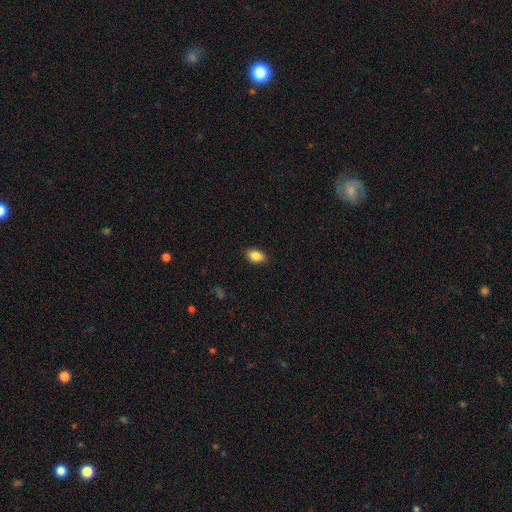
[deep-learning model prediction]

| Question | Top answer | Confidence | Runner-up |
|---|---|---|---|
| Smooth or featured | smooth | 87% | star or artifact (8%) |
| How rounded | in between | 86% | round (12%) |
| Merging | none | 88% | minor disturbance (9%) |